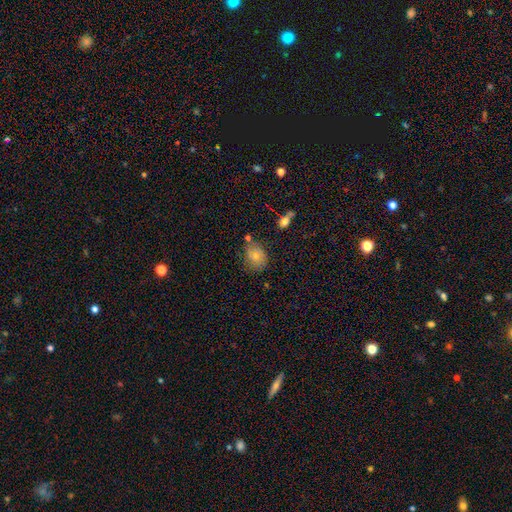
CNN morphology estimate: Smooth or featured?
  - smooth: 60% *
  - featured or disk: 24%
  - star or artifact: 16%
How rounded?
  - round: 57% *
  - in between: 42%
  - cigar-shaped: 1%
Merging?
  - none: 72% *
  - minor disturbance: 18%
  - merger: 5%
  - major disturbance: 5%